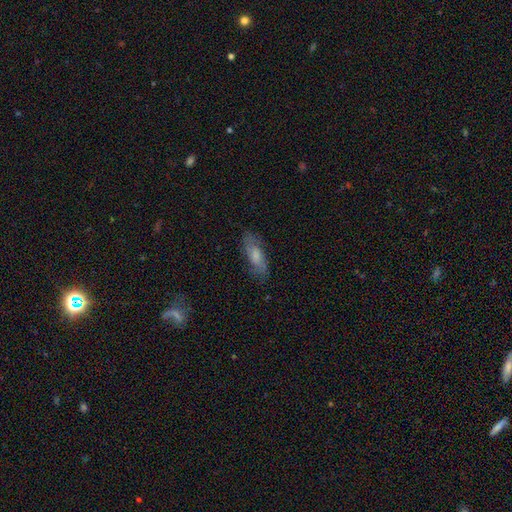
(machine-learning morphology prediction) A smooth galaxy with no disk features (57%) that is in between round and cigar-shaped (65%). Merging: none (75%).